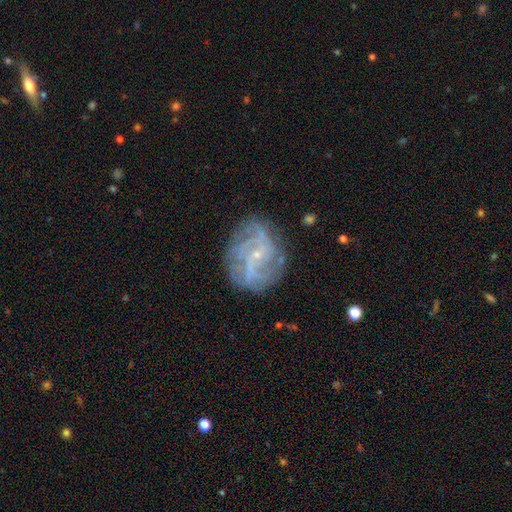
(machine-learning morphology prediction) Smooth or featured? featured or disk (80%)
Edge-on disk? no (97%)
Bar? no (48%)
Spiral arms? yes (90%)
Spiral winding? medium (41%)
Spiral arm count? can't tell (34%)
Bulge size? small (82%)
Merging? none (75%)